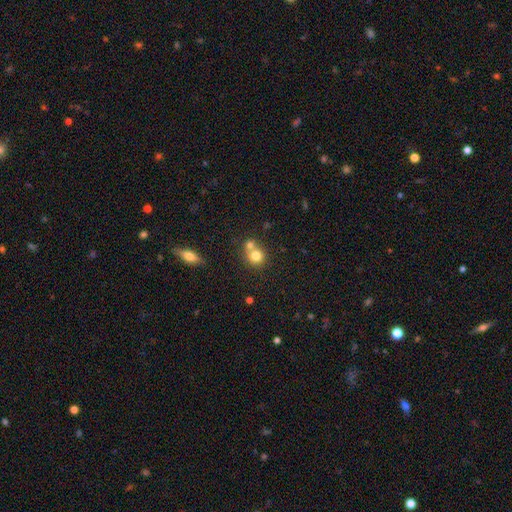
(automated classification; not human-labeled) Q: Smooth or featured?
A: smooth (77%); runner-up: featured or disk (12%)
Q: How rounded?
A: round (85%); runner-up: in between (14%)
Q: Merging?
A: none (45%); tied with: merger (45%)